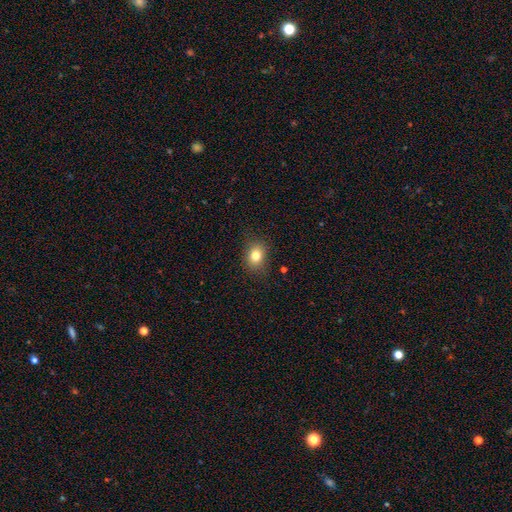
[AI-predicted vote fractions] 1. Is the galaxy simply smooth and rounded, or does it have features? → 80% smooth, 11% star or artifact, 9% featured or disk.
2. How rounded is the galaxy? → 55% in between, 43% round, 1% cigar-shaped.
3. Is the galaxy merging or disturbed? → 84% none, 11% minor disturbance, 3% major disturbance, 1% merger.